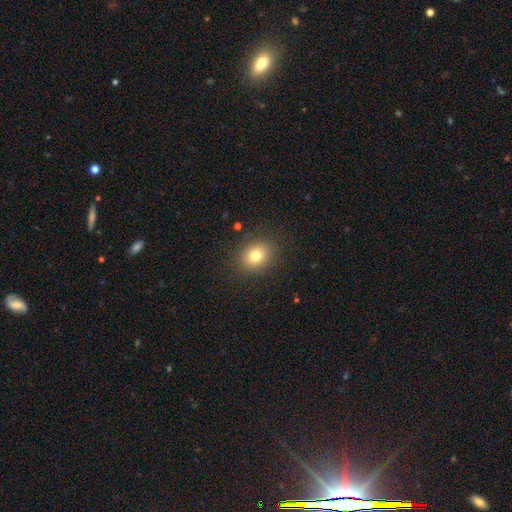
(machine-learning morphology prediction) A smooth galaxy with no disk features (79%) that is round (59%).

Vote fractions:
- Smooth or featured? smooth: 79% / star or artifact: 12% / featured or disk: 9%
- How rounded? round: 59% / in between: 40% / cigar-shaped: 1%
- Merging? none: 88% / minor disturbance: 8% / major disturbance: 3% / merger: 1%